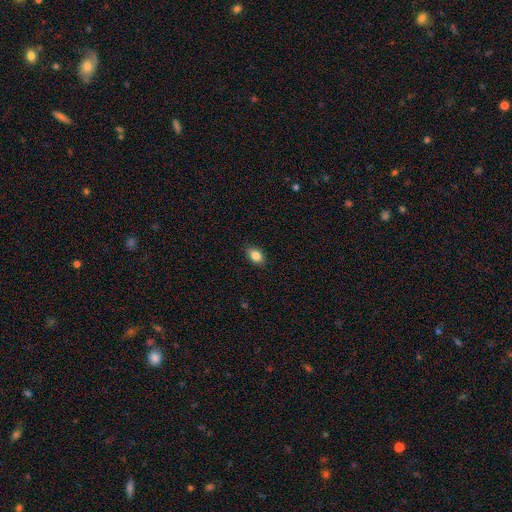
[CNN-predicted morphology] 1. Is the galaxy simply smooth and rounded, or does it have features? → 85% smooth, 8% star or artifact, 7% featured or disk.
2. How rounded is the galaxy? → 85% in between, 12% round, 2% cigar-shaped.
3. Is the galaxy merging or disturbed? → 87% none, 10% minor disturbance, 2% major disturbance, 1% merger.